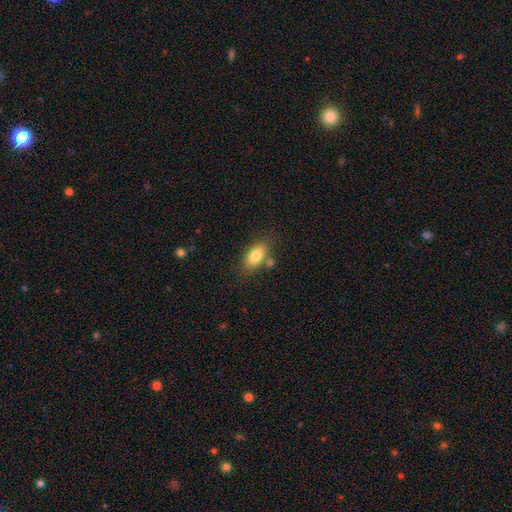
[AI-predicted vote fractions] This appears to be a smooth galaxy with no disk features (80%) that is in between round and cigar-shaped (88%). Merging: none (71%).